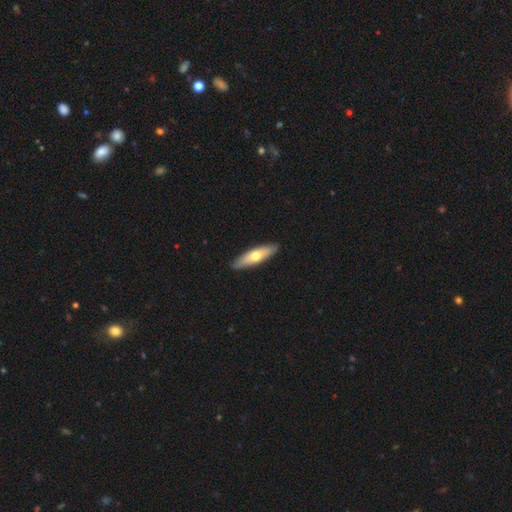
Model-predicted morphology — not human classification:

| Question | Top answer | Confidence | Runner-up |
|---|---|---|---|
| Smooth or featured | smooth | 57% | featured or disk (38%) |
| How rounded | cigar-shaped | 63% | in between (35%) |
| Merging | none | 89% | minor disturbance (9%) |